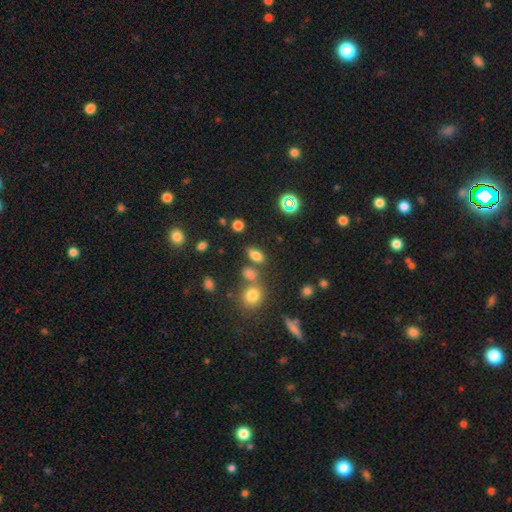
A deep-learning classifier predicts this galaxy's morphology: Overall: smooth (74%). How rounded: in between (82%). Merging: none (70%).